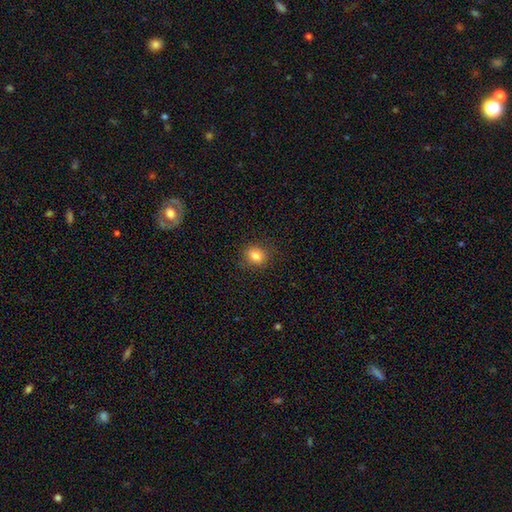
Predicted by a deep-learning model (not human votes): Smooth or featured? Predicted: smooth (p=0.82). How rounded? Predicted: round (p=0.69). Merging? Predicted: none (p=0.89).